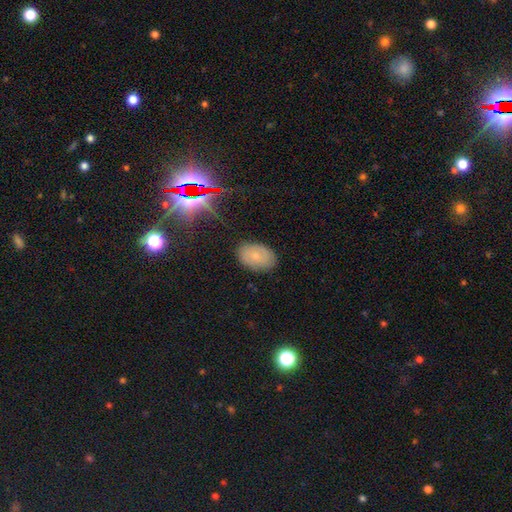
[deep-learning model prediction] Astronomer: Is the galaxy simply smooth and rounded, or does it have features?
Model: smooth — 65%.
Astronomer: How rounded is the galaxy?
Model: in between — 88%.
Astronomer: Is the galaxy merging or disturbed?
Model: none — 84%.